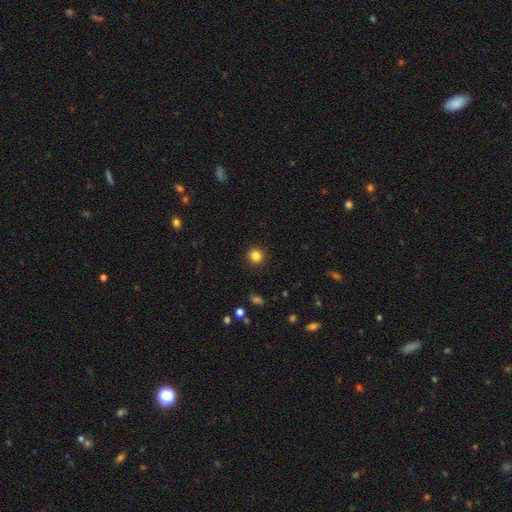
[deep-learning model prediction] smooth 84%, star or artifact 12%, featured or disk 4%. Down the decision tree: how rounded — round (93%); merging — none (92%).